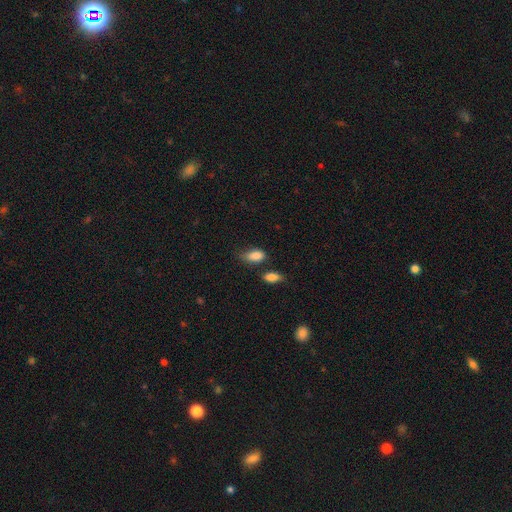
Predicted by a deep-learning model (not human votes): Smooth or featured? Predicted: smooth (p=0.86). How rounded? Predicted: in between (p=0.88). Merging? Predicted: none (p=0.51).